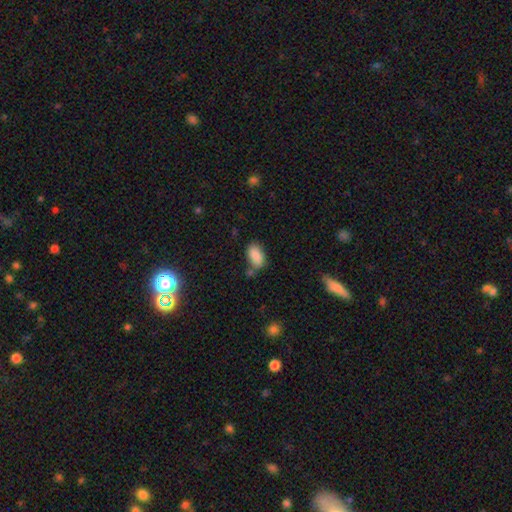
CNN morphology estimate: This appears to be a smooth galaxy with no disk features (86%) that is in between round and cigar-shaped (93%). Merging: none (65%).